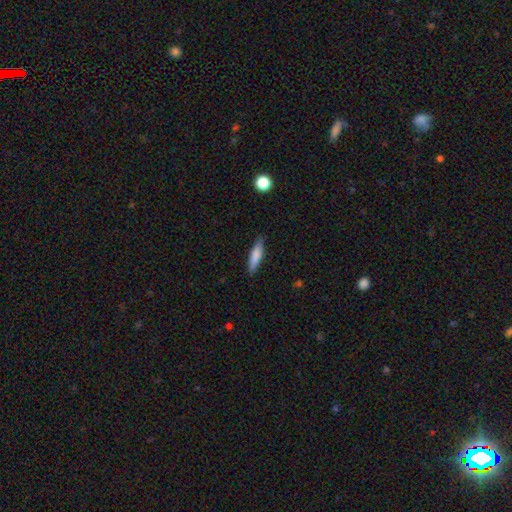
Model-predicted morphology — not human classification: A smooth galaxy with no disk features (79%) that is cigar-shaped (77%). Merging: none (85%).